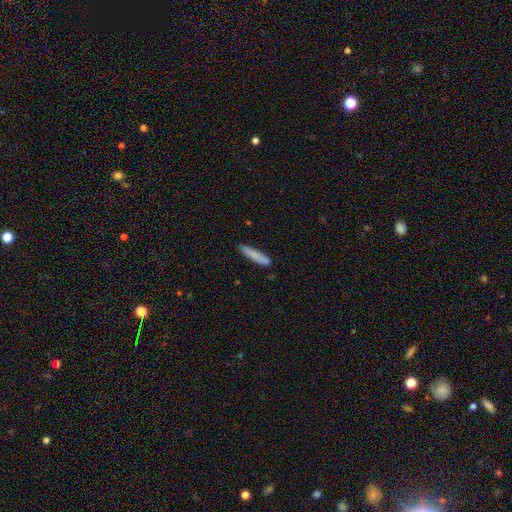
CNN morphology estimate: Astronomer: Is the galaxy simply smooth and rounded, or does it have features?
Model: smooth — 79%.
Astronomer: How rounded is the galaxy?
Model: cigar-shaped — 89%.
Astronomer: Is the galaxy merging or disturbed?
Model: none — 83%.